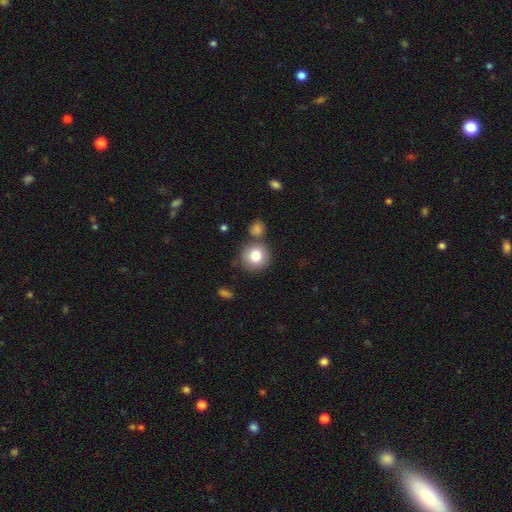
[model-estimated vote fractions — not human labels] A smooth galaxy with no disk features (80%) that is round (91%).

Vote fractions:
- Smooth or featured? smooth: 80% / featured or disk: 11% / star or artifact: 10%
- How rounded? round: 91% / in between: 9% / cigar-shaped: 1%
- Merging? none: 74% / merger: 12% / minor disturbance: 10% / major disturbance: 3%